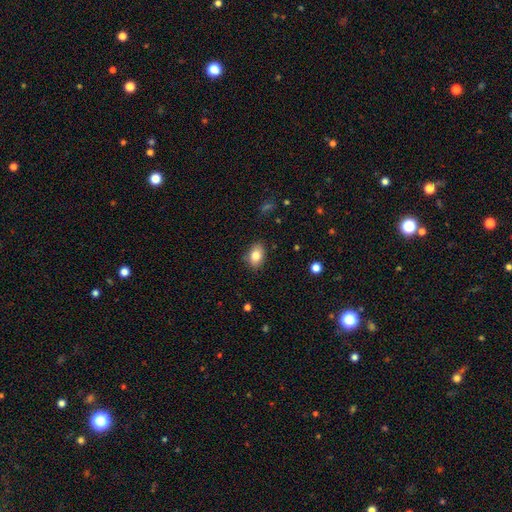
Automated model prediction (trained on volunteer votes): Morphology: type=smooth (83%); roundness=in between (80%); merging=none (84%).